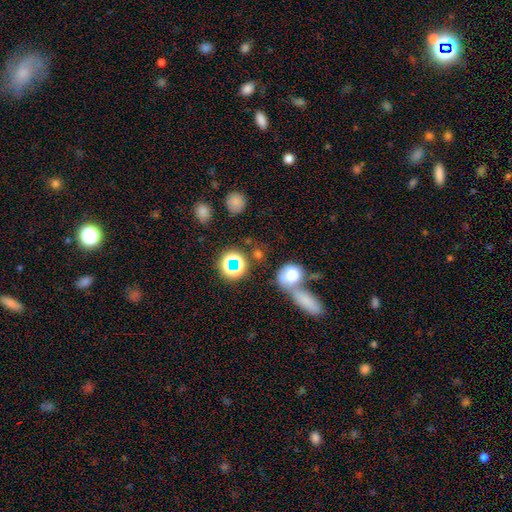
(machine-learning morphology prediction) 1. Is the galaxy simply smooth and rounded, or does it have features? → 52% smooth, 33% star or artifact, 15% featured or disk.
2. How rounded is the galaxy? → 72% round, 24% in between, 4% cigar-shaped.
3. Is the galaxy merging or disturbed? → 57% none, 25% merger, 12% minor disturbance, 7% major disturbance.